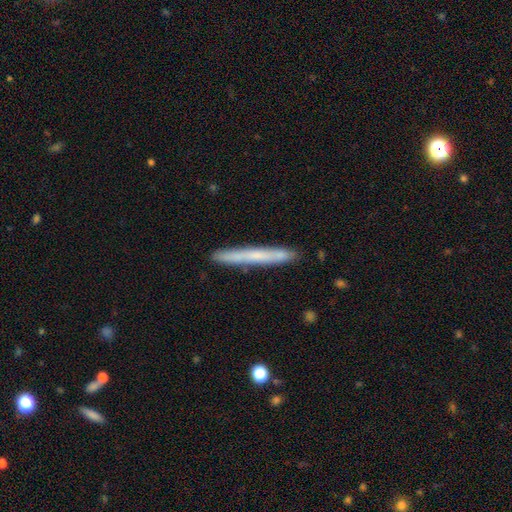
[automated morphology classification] The model was most divided on "smooth or featured": smooth: 56%, featured or disk: 38%, star or artifact: 6%. More confident: how rounded — cigar-shaped (97%); merging — none (89%).